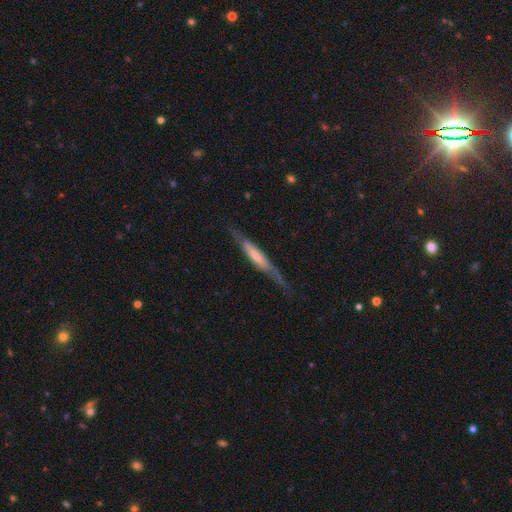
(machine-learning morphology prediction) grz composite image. It shows a featured or disk galaxy (55%) viewed edge-on (79%). Merging: none (64%).